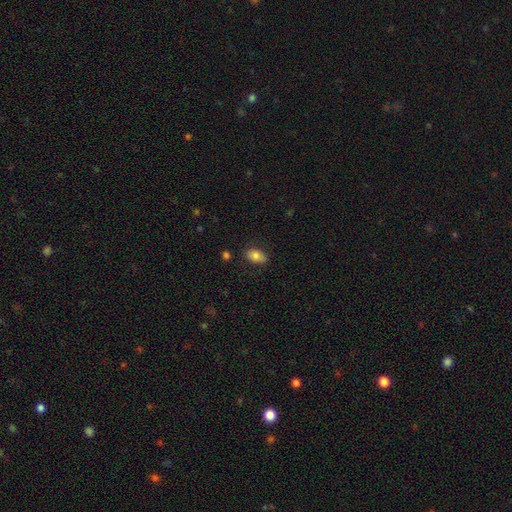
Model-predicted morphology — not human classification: smooth 82%, featured or disk 9%, star or artifact 8%. Down the decision tree: how rounded — in between (90%); merging — none (83%).